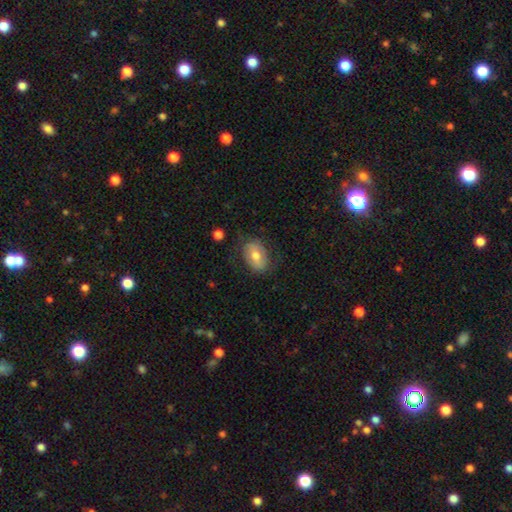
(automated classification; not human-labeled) smooth-or-featured: smooth: 61% | featured or disk: 32% | star or artifact: 7%
  how-rounded: in between: 81% | round: 17% | cigar-shaped: 1%
  merging: none: 73% | minor disturbance: 19% | major disturbance: 7% | merger: 1%